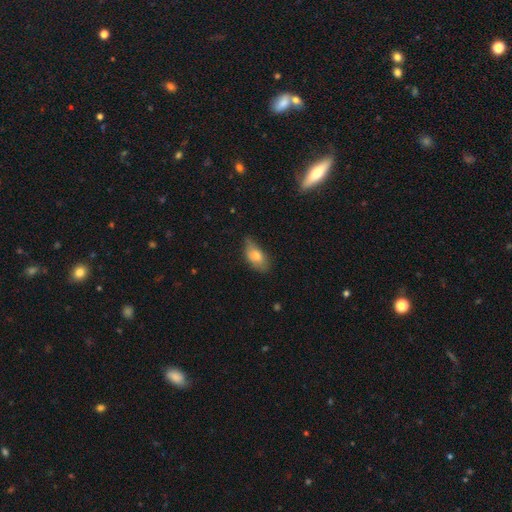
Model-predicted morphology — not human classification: smooth 73%, featured or disk 20%, star or artifact 7%. Down the decision tree: how rounded — in between (89%); merging — none (61%).